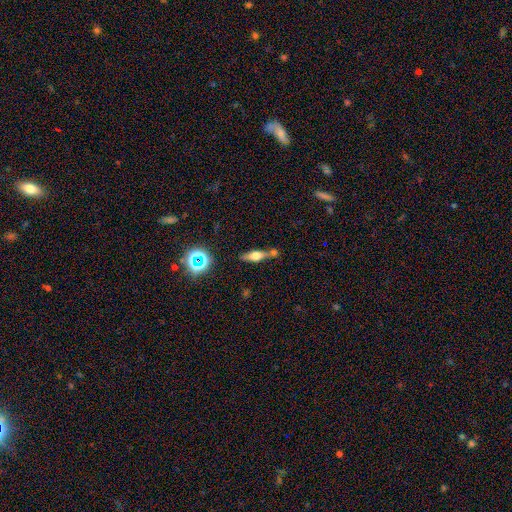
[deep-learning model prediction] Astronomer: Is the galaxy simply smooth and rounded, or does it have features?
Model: featured or disk — 51% (runner-up: smooth, 37%).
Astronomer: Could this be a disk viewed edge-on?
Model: yes — 89%.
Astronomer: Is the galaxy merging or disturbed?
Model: none — 64%.